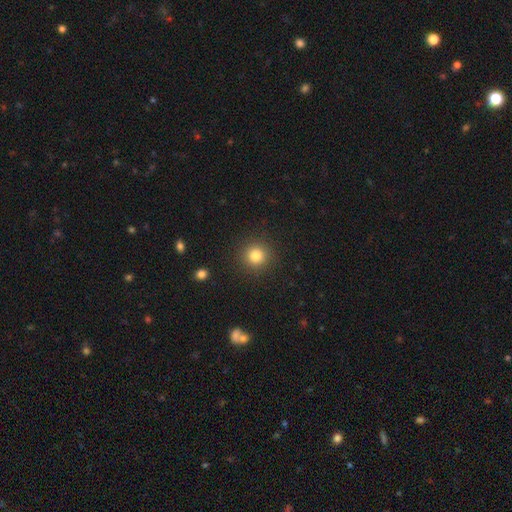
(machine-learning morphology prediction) smooth_or_featured: smooth (p=0.82) [alt: star or artifact p=0.12]
how_rounded: round (p=0.93) [alt: in between p=0.06]
merging: none (p=0.91) [alt: minor disturbance p=0.06]